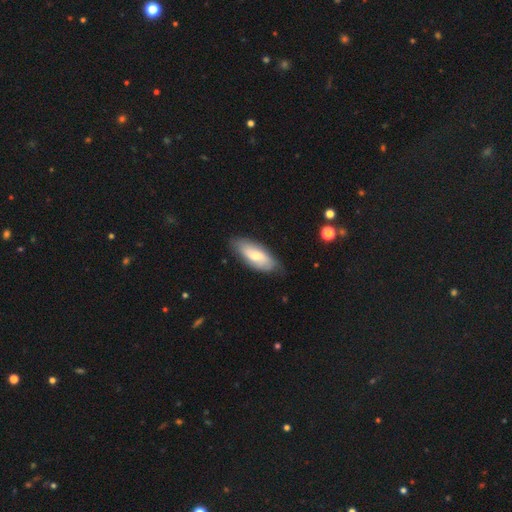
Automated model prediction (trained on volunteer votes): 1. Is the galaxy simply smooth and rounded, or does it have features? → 58% smooth, 36% featured or disk, 6% star or artifact.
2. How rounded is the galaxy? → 80% in between, 18% cigar-shaped, 2% round.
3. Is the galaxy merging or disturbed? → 78% none, 18% minor disturbance, 3% major disturbance, 1% merger.